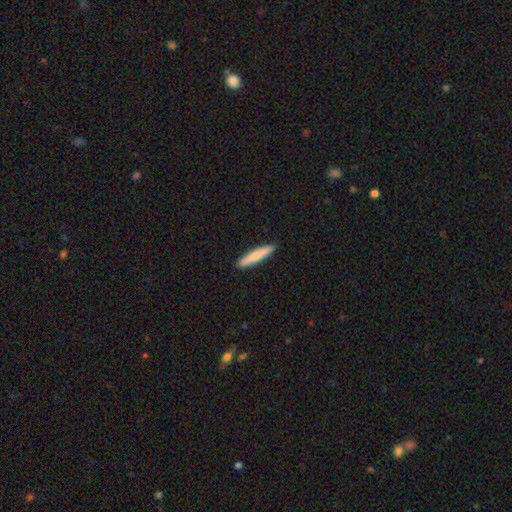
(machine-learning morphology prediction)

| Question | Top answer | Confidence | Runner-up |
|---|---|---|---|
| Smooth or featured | smooth | 78% | featured or disk (17%) |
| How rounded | cigar-shaped | 91% | in between (7%) |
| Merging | none | 91% | minor disturbance (7%) |